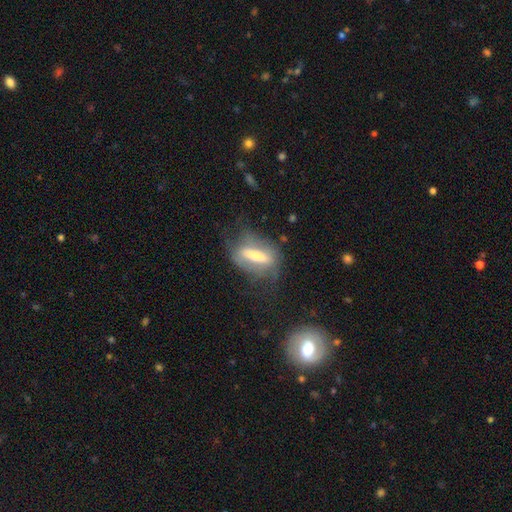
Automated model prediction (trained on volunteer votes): Smooth or featured? featured or disk (57%)
Edge-on disk? no (61%)
Merging? none (59%)